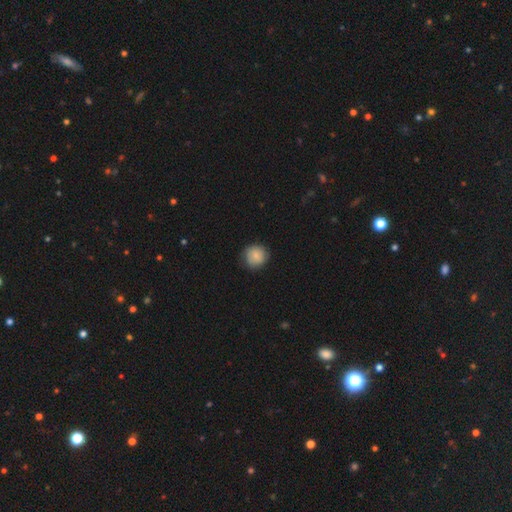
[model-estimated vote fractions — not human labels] smooth-or-featured: smooth: 84% | featured or disk: 9% | star or artifact: 7%
  how-rounded: round: 91% | in between: 8% | cigar-shaped: 1%
  merging: none: 82% | minor disturbance: 14% | major disturbance: 3% | merger: 1%